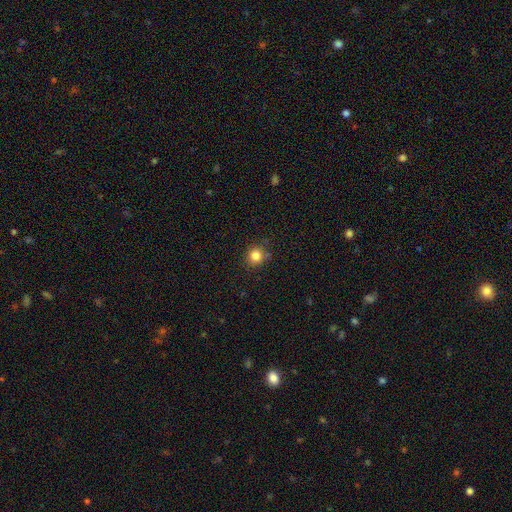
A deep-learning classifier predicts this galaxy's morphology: A smooth galaxy with no disk features (83%) that is round (88%).

Vote fractions:
- Smooth or featured? smooth: 83% / star or artifact: 12% / featured or disk: 5%
- How rounded? round: 88% / in between: 11% / cigar-shaped: 1%
- Merging? none: 82% / minor disturbance: 12% / merger: 3% / major disturbance: 3%